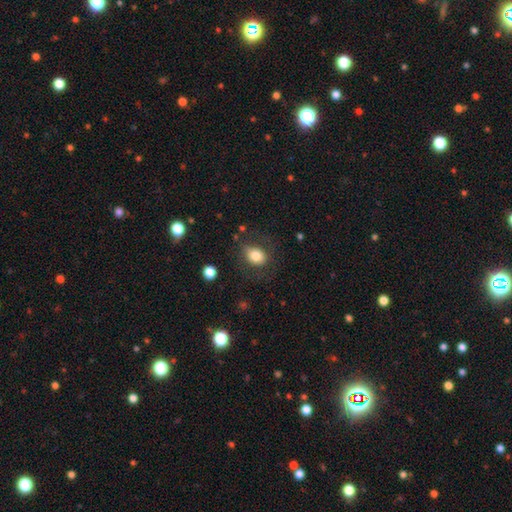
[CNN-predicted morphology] Smooth or featured? Predicted: smooth (p=0.78). How rounded? Predicted: in between (p=0.63). Merging? Predicted: none (p=0.72).